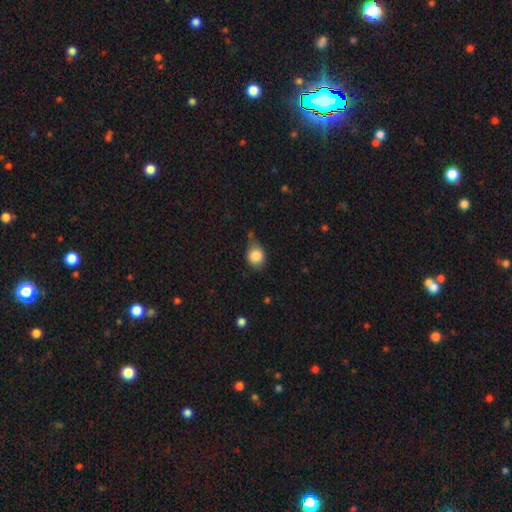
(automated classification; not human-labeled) This is clearly a smooth galaxy (85%). How rounded: possibly round (60%). Merging: possibly none (54%).